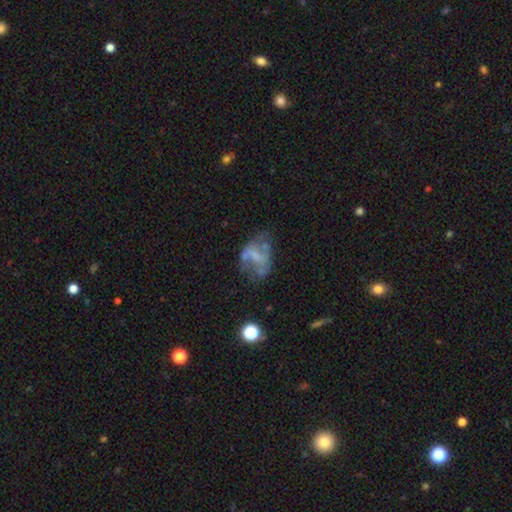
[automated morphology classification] The model was most divided on "merging": none: 40%, major disturbance: 29%, minor disturbance: 23%, merger: 8%. More confident: edge-on disk — no (97%); smooth or featured — featured or disk (61%); spiral arms — no (57%); bar — no (54%); bulge size — none (52%).